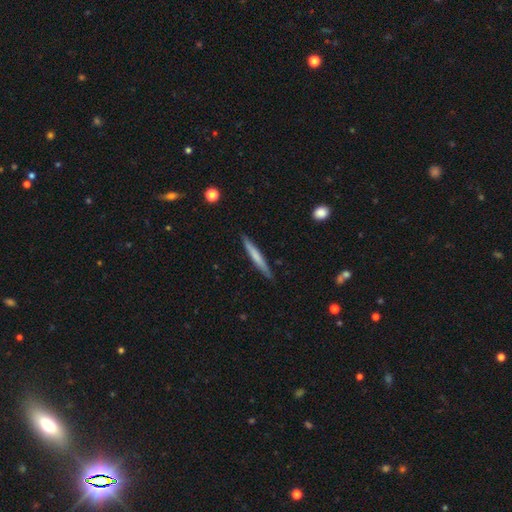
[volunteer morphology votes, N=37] Overall: smooth (65%; featured or disk 30%). How rounded: cigar-shaped (92%). Merging: none (94%).